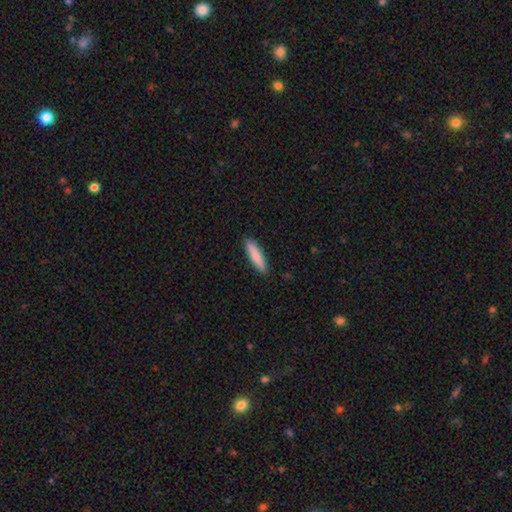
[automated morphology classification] Q: Smooth or featured?
A: smooth (82%); runner-up: featured or disk (12%)
Q: How rounded?
A: cigar-shaped (83%); runner-up: in between (16%)
Q: Merging?
A: none (90%); runner-up: minor disturbance (7%)